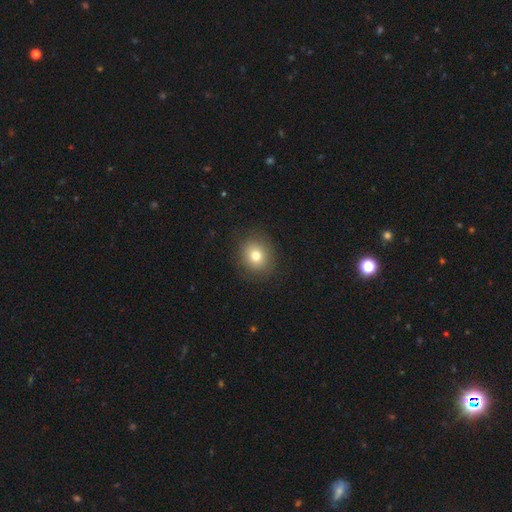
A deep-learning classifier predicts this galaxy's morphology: A smooth galaxy with no disk features (77%) that is round (77%).

Vote fractions:
- Smooth or featured? smooth: 77% / star or artifact: 12% / featured or disk: 11%
- How rounded? round: 77% / in between: 22% / cigar-shaped: 1%
- Merging? none: 87% / minor disturbance: 9% / major disturbance: 4% / merger: 1%